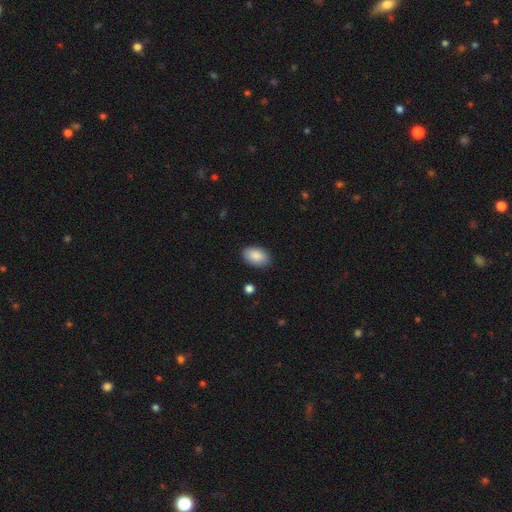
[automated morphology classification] The model was most divided on "merging": none: 86%, minor disturbance: 10%, major disturbance: 2%, merger: 1%. More confident: how rounded — in between (92%); smooth or featured — smooth (88%).